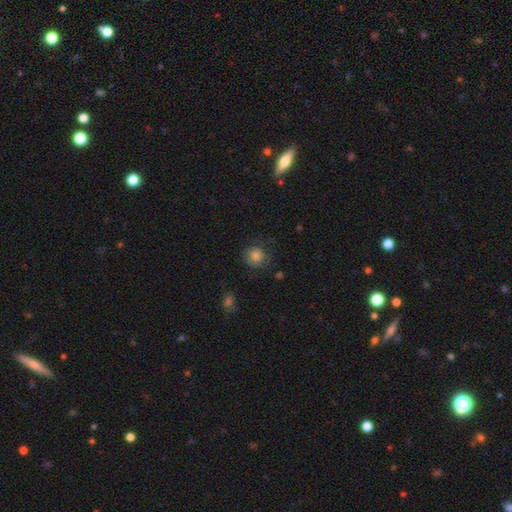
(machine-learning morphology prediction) Q: Smooth or featured?
A: smooth (80%); runner-up: star or artifact (10%)
Q: How rounded?
A: round (84%); runner-up: in between (15%)
Q: Merging?
A: none (68%); runner-up: minor disturbance (20%)